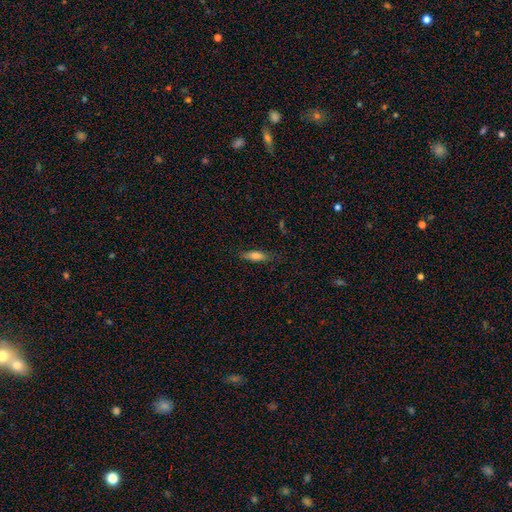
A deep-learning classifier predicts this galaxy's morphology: A smooth galaxy with no disk features (72%) that is cigar-shaped (53%).

Vote fractions:
- Smooth or featured? smooth: 72% / featured or disk: 20% / star or artifact: 8%
- How rounded? cigar-shaped: 53% / in between: 44% / round: 2%
- Merging? none: 78% / minor disturbance: 16% / major disturbance: 4% / merger: 1%